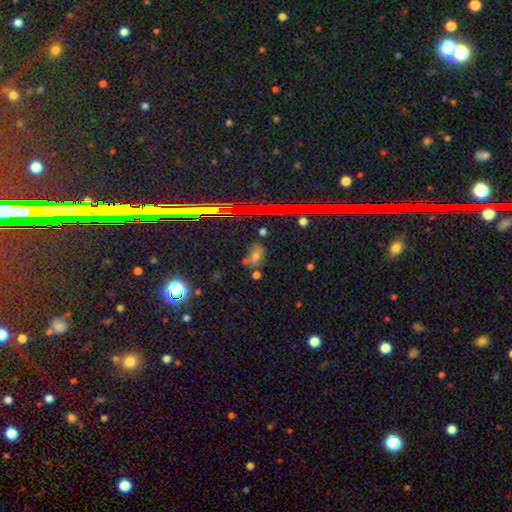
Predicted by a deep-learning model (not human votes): A smooth galaxy with no disk features (50%).

Vote fractions:
- Smooth or featured? smooth: 50% / star or artifact: 34% / featured or disk: 16%
- Merging? none: 67% / minor disturbance: 18% / merger: 9% / major disturbance: 7%